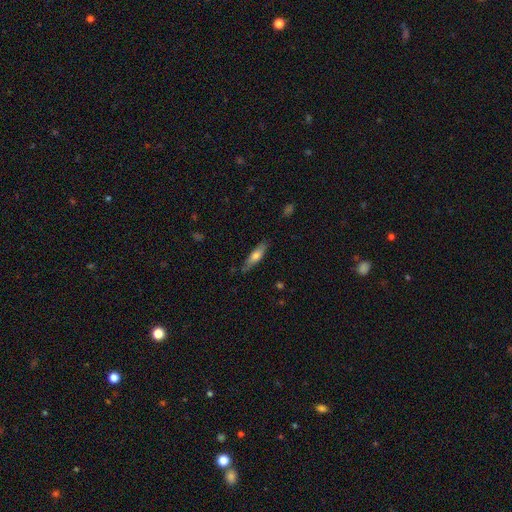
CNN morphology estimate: smooth 64%, featured or disk 30%, star or artifact 6%. Down the decision tree: how rounded — cigar-shaped (63%); merging — none (79%).